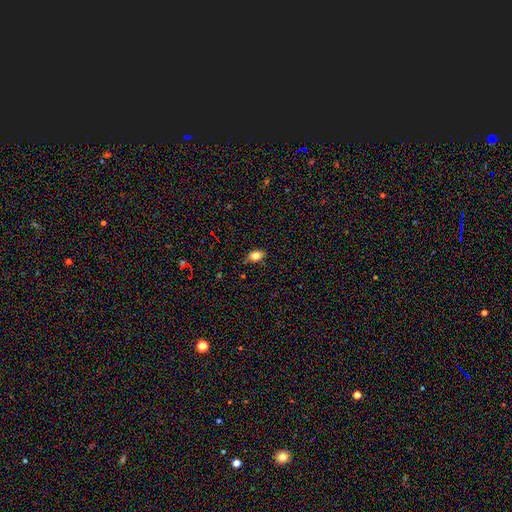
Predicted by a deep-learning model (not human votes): Morphology: type=smooth (80%); roundness=in between (80%); merging=none (84%).